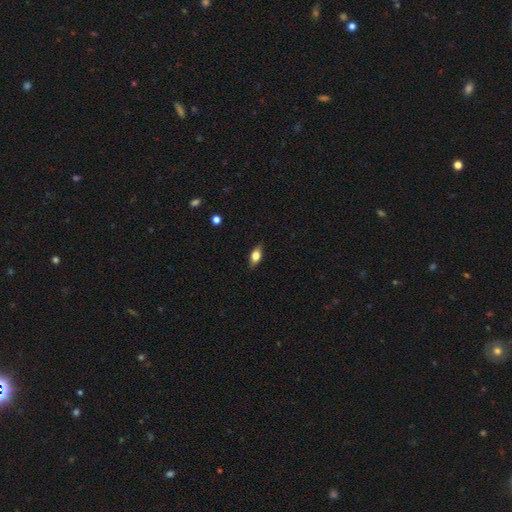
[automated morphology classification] Q: Smooth or featured?
A: smooth (64%); runner-up: featured or disk (28%)
Q: How rounded?
A: in between (80%); runner-up: cigar-shaped (12%)
Q: Merging?
A: none (85%); runner-up: minor disturbance (12%)